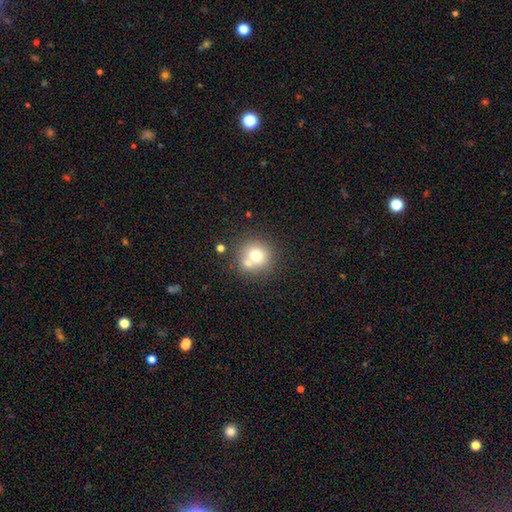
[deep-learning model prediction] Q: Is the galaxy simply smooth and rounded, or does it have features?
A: smooth — 69%.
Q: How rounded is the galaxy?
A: round — 89%.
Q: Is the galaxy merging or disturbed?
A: none — 56%.